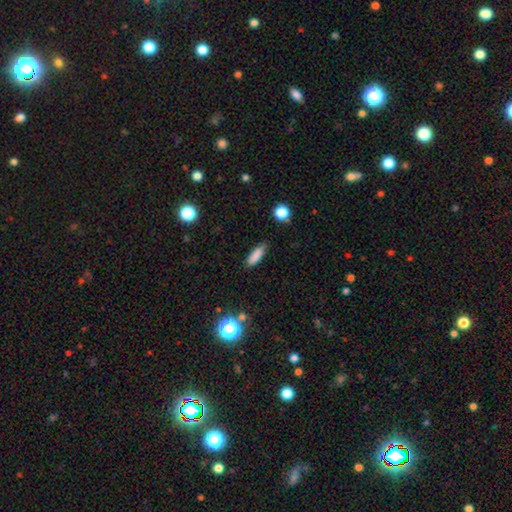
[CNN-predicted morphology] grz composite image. It shows a smooth galaxy with no disk features (84%) that is in between round and cigar-shaped (50%). Merging: none (81%).